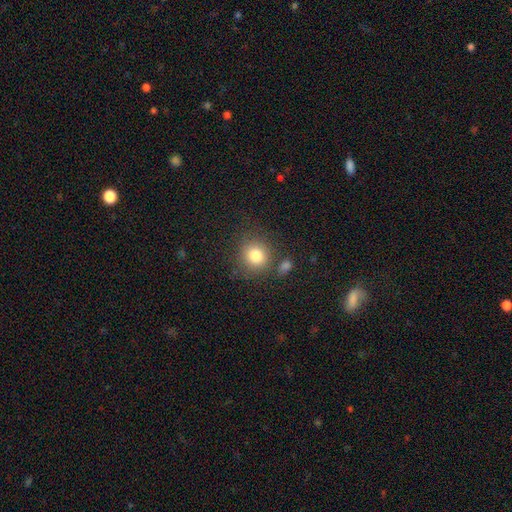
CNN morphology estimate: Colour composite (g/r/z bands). It shows a smooth galaxy with no disk features (81%) that is round (86%). Merging: none (77%).